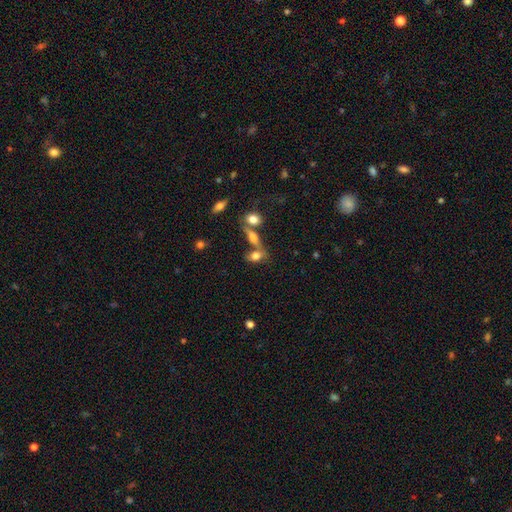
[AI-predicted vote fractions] Morphology: type=smooth (73%); roundness=in between (75%); merging=none (43%).